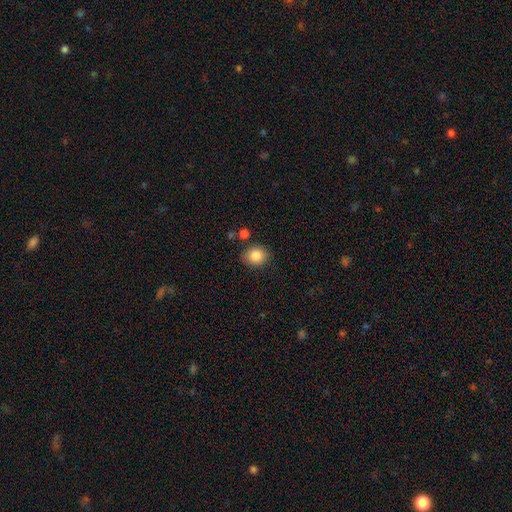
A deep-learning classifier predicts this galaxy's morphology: Overall: smooth (84%). How rounded: round (66%; in between 34%). Merging: none (83%).